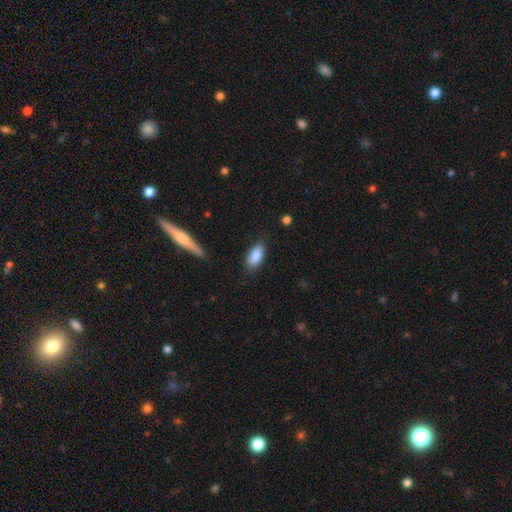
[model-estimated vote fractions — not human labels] This is clearly a smooth galaxy (87%). How rounded: clearly in between (89%). Merging: likely none (79%).